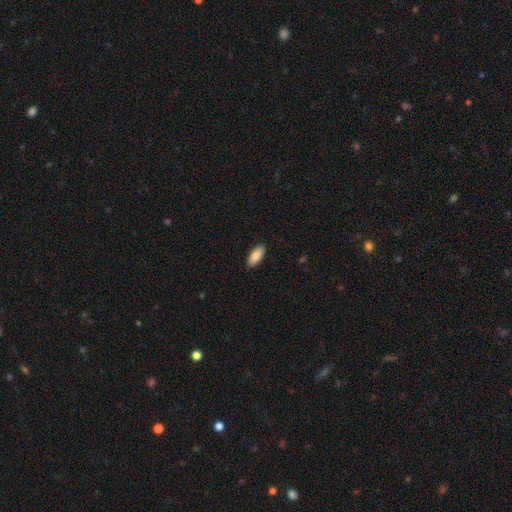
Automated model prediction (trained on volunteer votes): Q: Smooth or featured?
A: smooth (85%); runner-up: featured or disk (9%)
Q: How rounded?
A: in between (85%); runner-up: cigar-shaped (14%)
Q: Merging?
A: none (90%); runner-up: minor disturbance (7%)